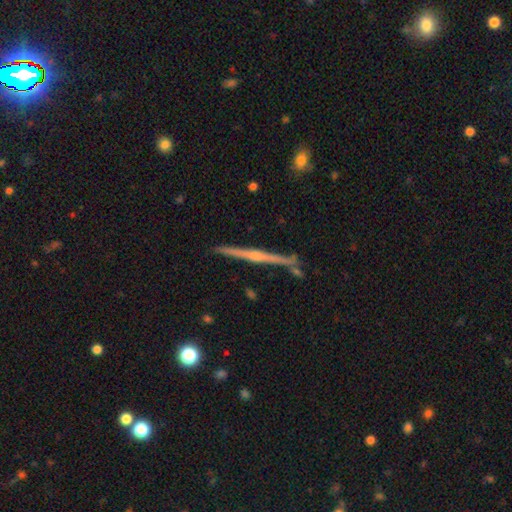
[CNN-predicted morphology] type=featured or disk (78%); edge-on=yes (98%); edge-on bulge=rounded (64%); merging=none (87%).